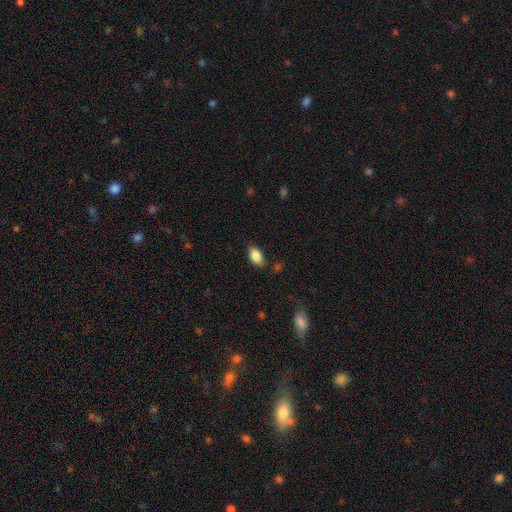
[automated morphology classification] Smooth or featured: smooth — 87% (star or artifact — 7%)
How rounded: in between — 92% (round — 5%)
Merging: none — 81% (minor disturbance — 14%)